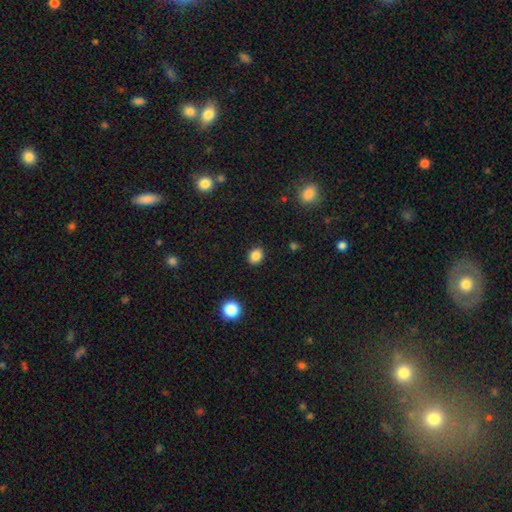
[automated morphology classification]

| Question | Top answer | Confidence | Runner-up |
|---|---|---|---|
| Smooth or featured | smooth | 85% | star or artifact (11%) |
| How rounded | round | 57% | in between (42%) |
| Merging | none | 89% | minor disturbance (8%) |